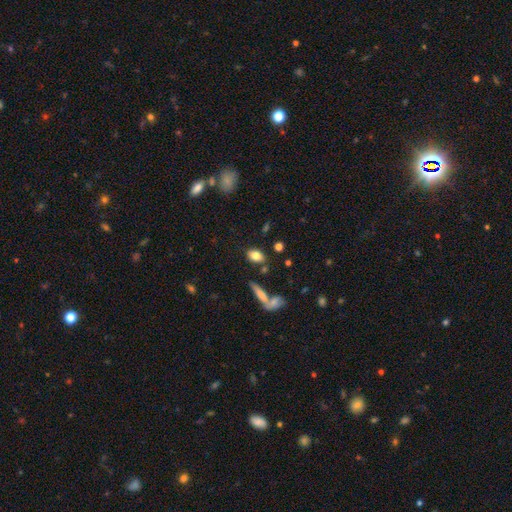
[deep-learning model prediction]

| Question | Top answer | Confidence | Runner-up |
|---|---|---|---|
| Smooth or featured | smooth | 80% | featured or disk (11%) |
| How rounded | in between | 85% | round (11%) |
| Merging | none | 76% | minor disturbance (13%) |